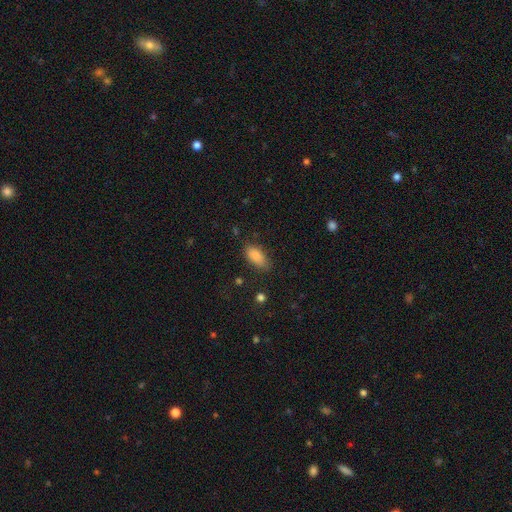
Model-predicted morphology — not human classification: smooth 86%, star or artifact 8%, featured or disk 5%. Down the decision tree: how rounded — in between (88%); merging — none (76%).